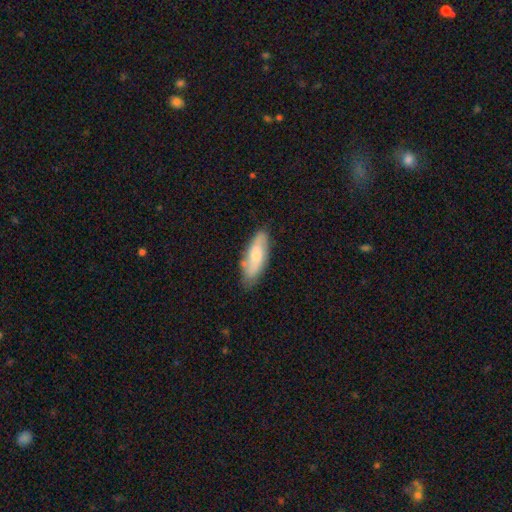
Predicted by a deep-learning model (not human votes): A smooth galaxy with no disk features (58%) that is in between round and cigar-shaped (65%). Merging: none (73%).